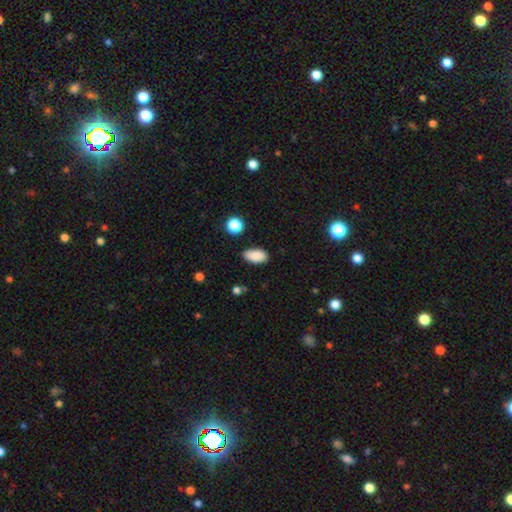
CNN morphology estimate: A smooth galaxy with no disk features (88%) that is in between round and cigar-shaped (93%). Merging: none (85%).